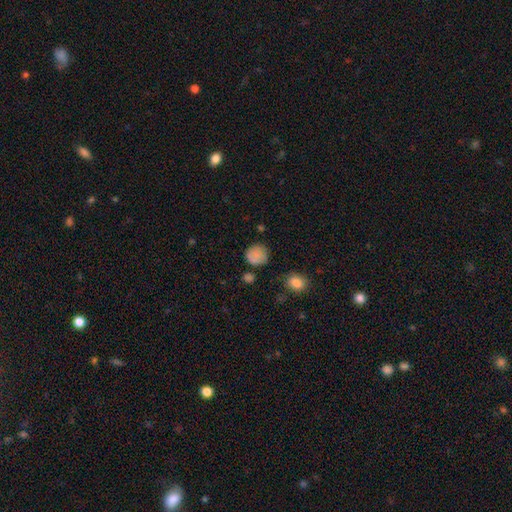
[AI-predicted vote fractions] A smooth galaxy with no disk features (81%) that is round (86%).

Vote fractions:
- Smooth or featured? smooth: 81% / star or artifact: 10% / featured or disk: 9%
- How rounded? round: 86% / in between: 13% / cigar-shaped: 1%
- Merging? none: 72% / minor disturbance: 19% / major disturbance: 5% / merger: 4%